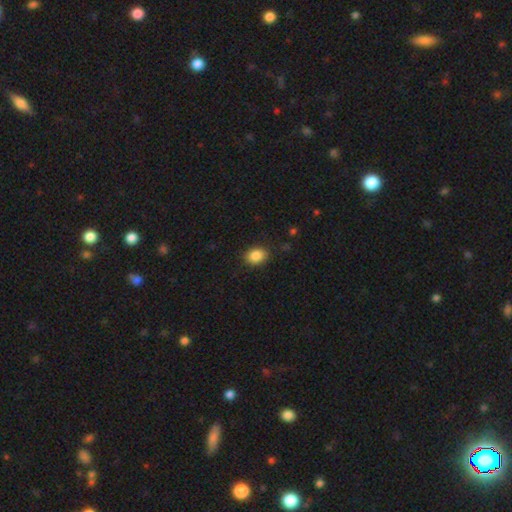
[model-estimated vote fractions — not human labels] Smooth or featured?
  - smooth: 87% *
  - star or artifact: 9%
  - featured or disk: 5%
How rounded?
  - in between: 66% *
  - round: 33%
  - cigar-shaped: 1%
Merging?
  - none: 87% *
  - minor disturbance: 9%
  - major disturbance: 2%
  - merger: 1%